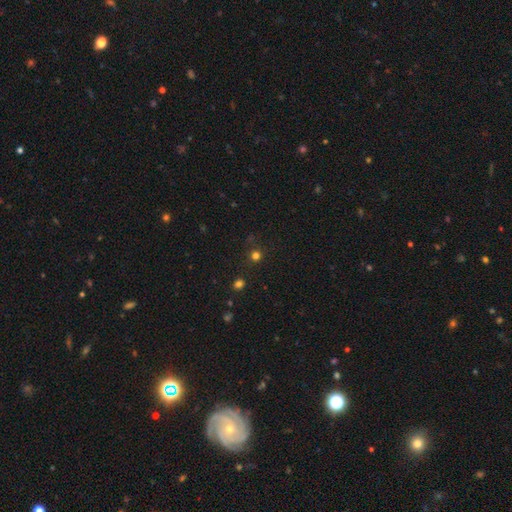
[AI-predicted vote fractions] A smooth galaxy with no disk features (70%) that is round (93%).

Vote fractions:
- Smooth or featured? smooth: 70% / star or artifact: 25% / featured or disk: 5%
- How rounded? round: 93% / in between: 6% / cigar-shaped: 1%
- Merging? none: 86% / minor disturbance: 8% / major disturbance: 3% / merger: 3%